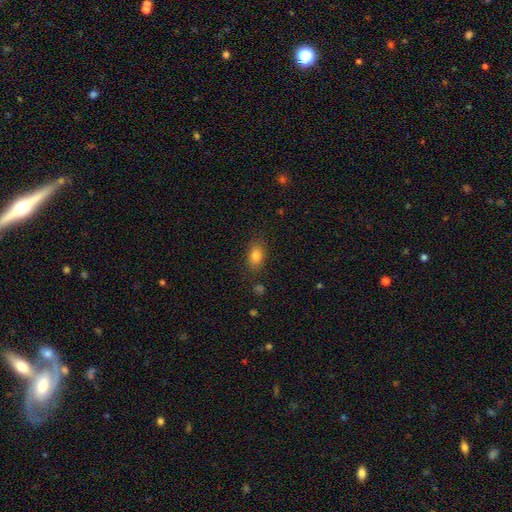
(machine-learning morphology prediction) Smooth or featured?
  - smooth: 82% *
  - star or artifact: 9%
  - featured or disk: 8%
How rounded?
  - in between: 84% *
  - round: 14%
  - cigar-shaped: 3%
Merging?
  - none: 81% *
  - minor disturbance: 13%
  - major disturbance: 4%
  - merger: 2%